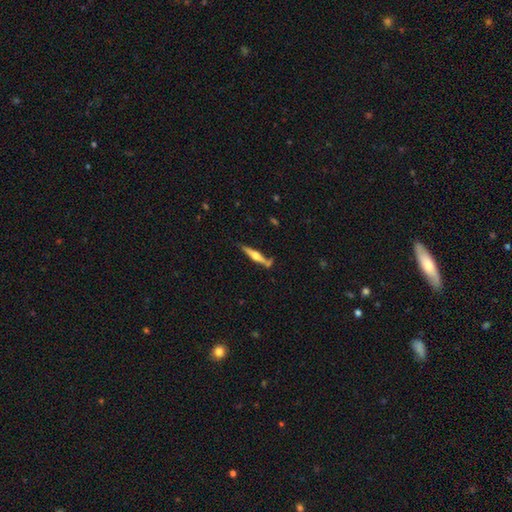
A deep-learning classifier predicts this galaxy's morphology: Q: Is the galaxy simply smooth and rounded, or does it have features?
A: featured or disk — 66%.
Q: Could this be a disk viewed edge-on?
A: yes — 97%.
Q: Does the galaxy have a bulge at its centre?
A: rounded — 89%.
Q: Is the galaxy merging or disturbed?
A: none — 75%.